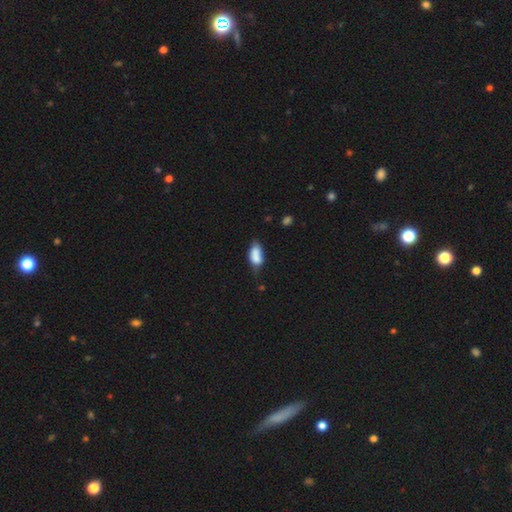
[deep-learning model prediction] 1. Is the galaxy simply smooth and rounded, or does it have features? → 78% smooth, 14% featured or disk, 8% star or artifact.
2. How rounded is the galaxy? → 87% in between, 8% cigar-shaped, 4% round.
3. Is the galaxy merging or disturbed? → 40% none, 34% minor disturbance, 15% merger, 11% major disturbance.